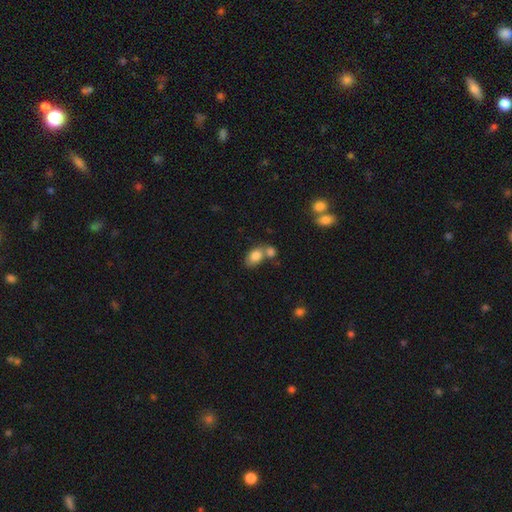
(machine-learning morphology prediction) This appears to be a smooth galaxy with no disk features (82%) that is in between round and cigar-shaped (79%). Merging: merger (43%).